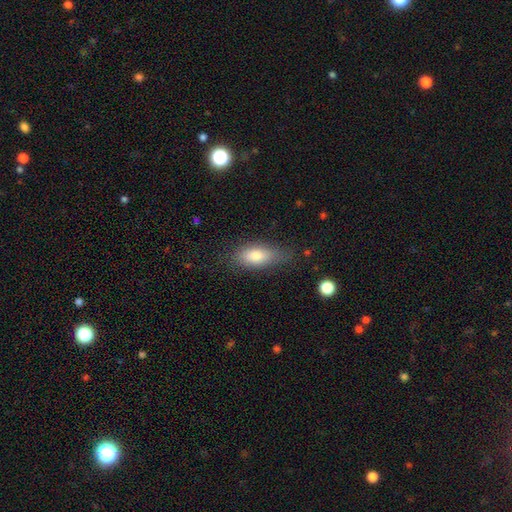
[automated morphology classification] Smooth or featured: smooth — 76% (featured or disk — 16%)
How rounded: in between — 77% (cigar-shaped — 19%)
Merging: none — 72% (minor disturbance — 21%)